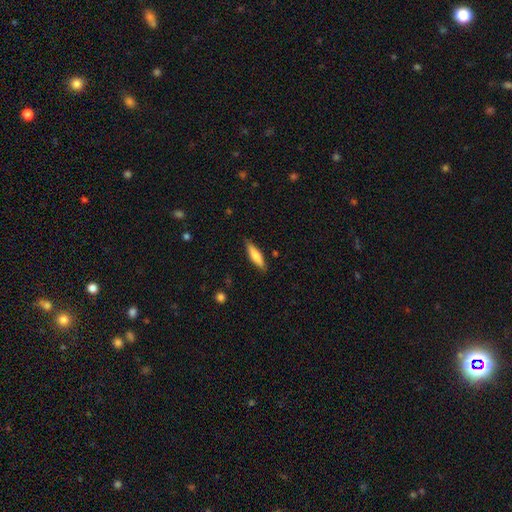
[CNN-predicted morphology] A smooth galaxy with no disk features (73%) that is cigar-shaped (70%).

Vote fractions:
- Smooth or featured? smooth: 73% / featured or disk: 21% / star or artifact: 6%
- How rounded? cigar-shaped: 70% / in between: 29% / round: 2%
- Merging? none: 85% / minor disturbance: 11% / major disturbance: 2% / merger: 1%